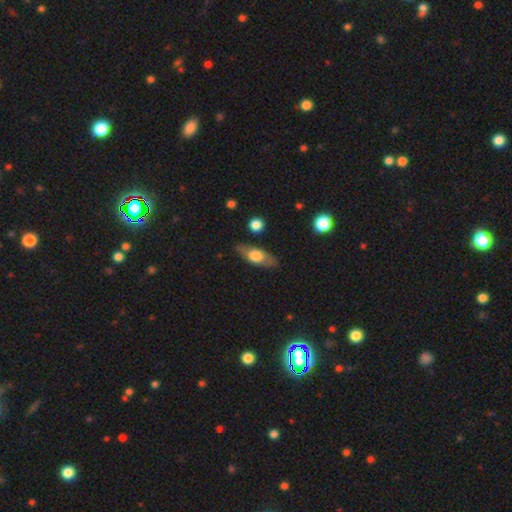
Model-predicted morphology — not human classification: type=smooth (53%); roundness=in between (65%); merging=none (80%).